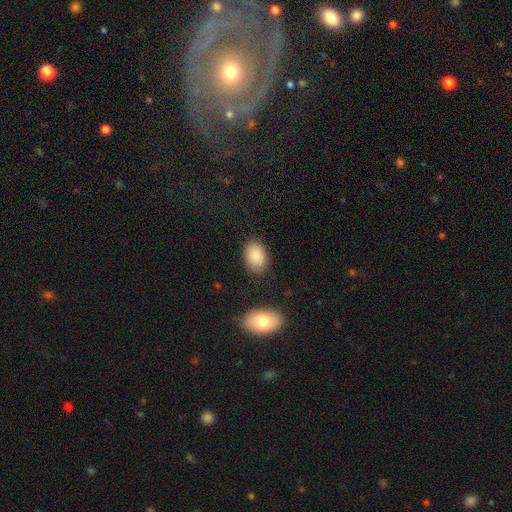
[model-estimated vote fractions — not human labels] The model was most divided on "how rounded": in between: 82%, round: 17%, cigar-shaped: 1%. More confident: smooth or featured — smooth (87%); merging — none (83%).